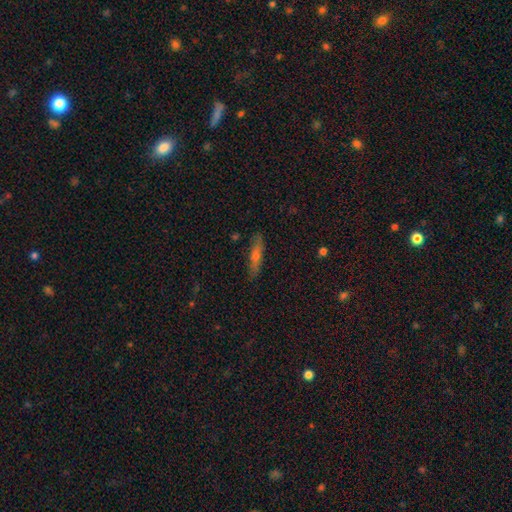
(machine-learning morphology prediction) The model was most divided on "smooth or featured": smooth: 49%, featured or disk: 42%, star or artifact: 9%. More confident: merging — none (87%).